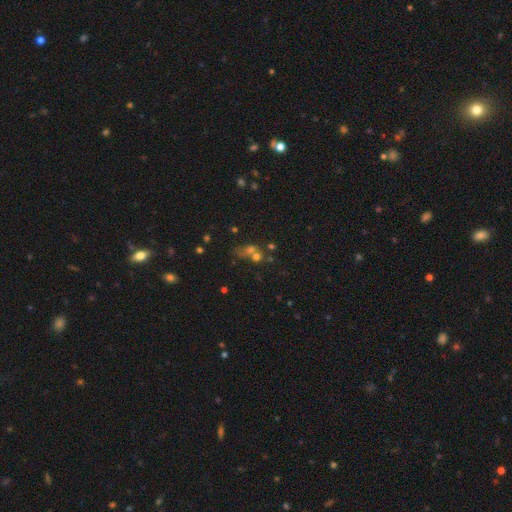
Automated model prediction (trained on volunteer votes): Morphology: type=smooth (49%); merging=merger (47%).